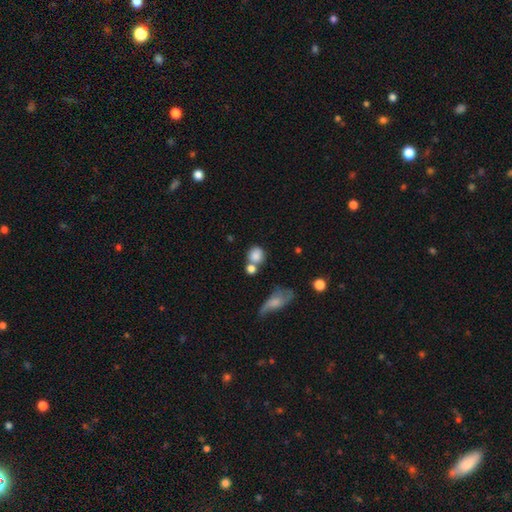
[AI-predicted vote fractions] This appears to be a smooth galaxy with no disk features (81%) that is round (76%). Merging: none (49%).